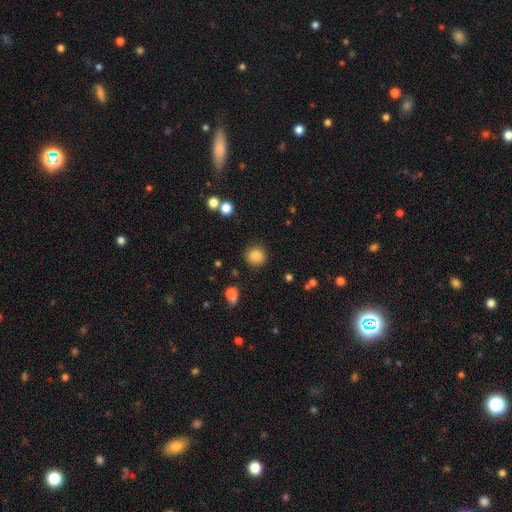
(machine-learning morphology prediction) Overall: smooth (84%). How rounded: round (92%). Merging: none (89%).